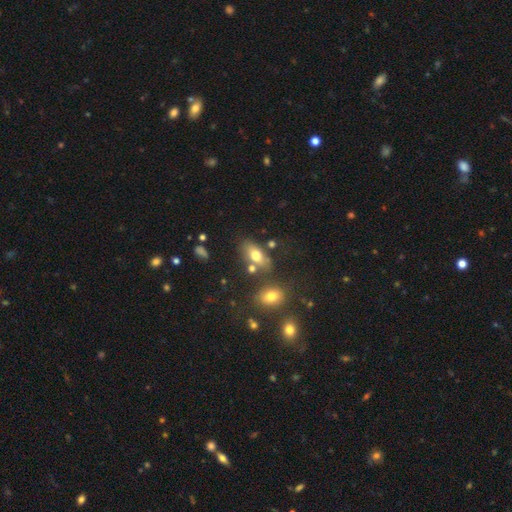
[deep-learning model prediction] Smooth or featured?
  - smooth: 71% *
  - featured or disk: 19%
  - star or artifact: 10%
How rounded?
  - in between: 85% *
  - round: 8%
  - cigar-shaped: 7%
Merging?
  - none: 66% *
  - minor disturbance: 15%
  - merger: 14%
  - major disturbance: 5%